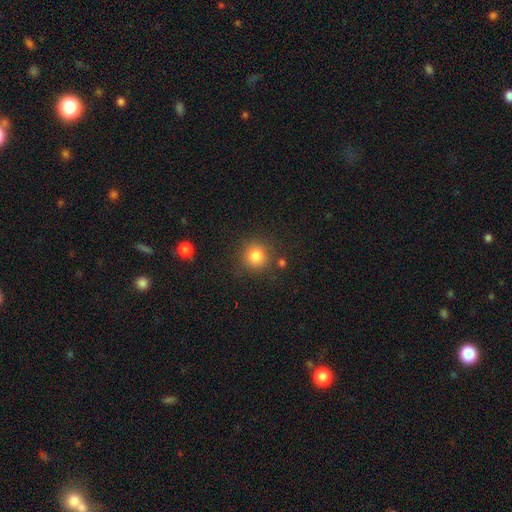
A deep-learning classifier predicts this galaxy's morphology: The model was most divided on "smooth or featured": smooth: 83%, star or artifact: 11%, featured or disk: 6%. More confident: how rounded — round (91%); merging — none (83%).